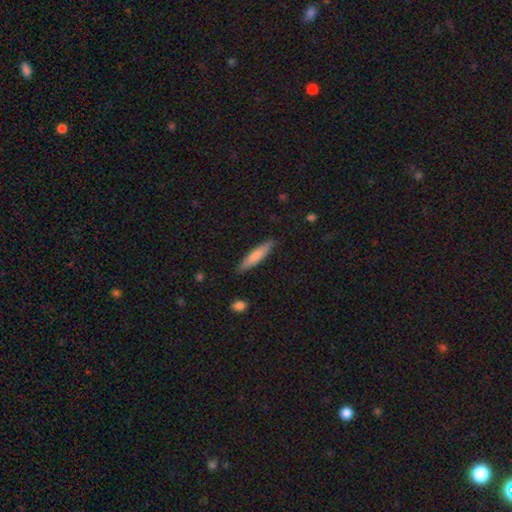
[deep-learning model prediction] A smooth galaxy with no disk features (76%) that is cigar-shaped (84%).

Vote fractions:
- Smooth or featured? smooth: 76% / featured or disk: 19% / star or artifact: 5%
- How rounded? cigar-shaped: 84% / in between: 15% / round: 1%
- Merging? none: 87% / minor disturbance: 10% / major disturbance: 2% / merger: 1%